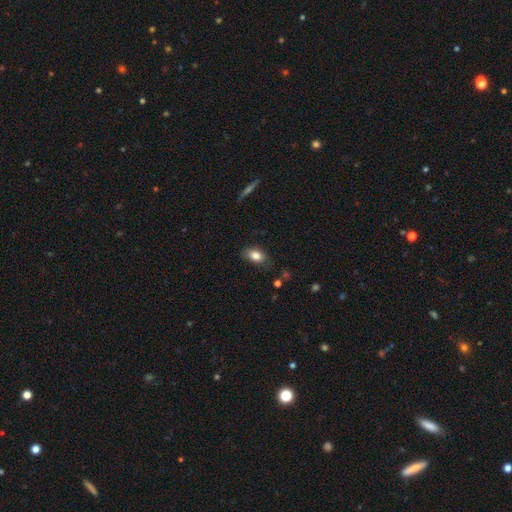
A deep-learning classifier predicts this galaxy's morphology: smooth_or_featured: smooth (p=0.82) [alt: featured or disk p=0.09]
how_rounded: in between (p=0.85) [alt: round p=0.12]
merging: none (p=0.77) [alt: minor disturbance p=0.17]